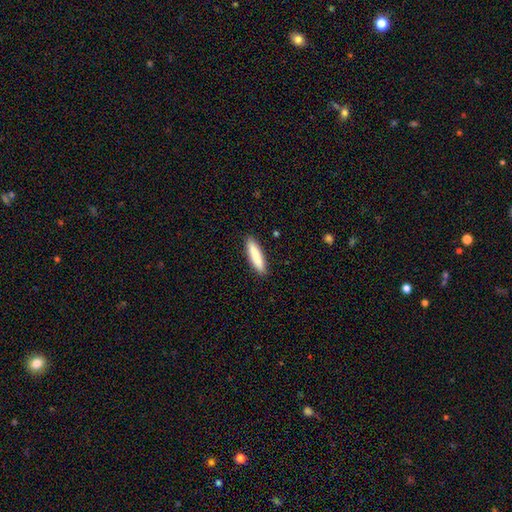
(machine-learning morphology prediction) A smooth galaxy with no disk features (86%) that is cigar-shaped (79%).

Vote fractions:
- Smooth or featured? smooth: 86% / featured or disk: 8% / star or artifact: 5%
- How rounded? cigar-shaped: 79% / in between: 20% / round: 1%
- Merging? none: 90% / minor disturbance: 7% / major disturbance: 2% / merger: 1%